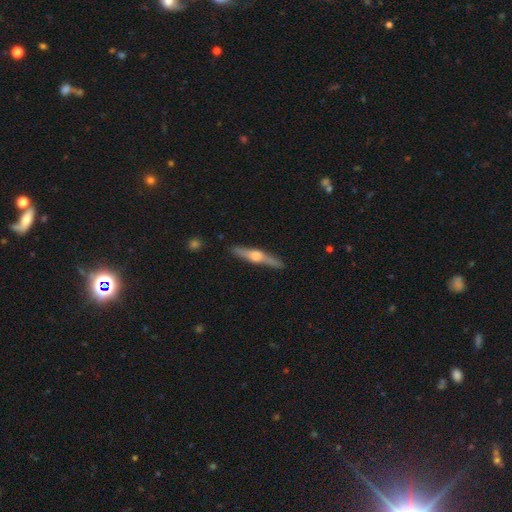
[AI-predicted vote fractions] A featured or disk galaxy (73%) viewed edge-on (97%) with a rounded central bulge (91%).

Vote fractions:
- Smooth or featured? featured or disk: 73% / smooth: 22% / star or artifact: 5%
- Edge-on disk? yes: 97% / no: 3%
- Edge-on bulge? rounded: 91% / boxy: 6% / none: 2%
- Merging? none: 89% / minor disturbance: 8% / major disturbance: 2% / merger: 1%